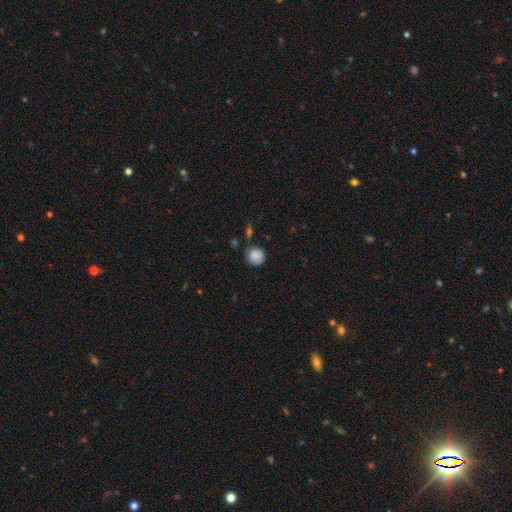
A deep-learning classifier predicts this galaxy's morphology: Q: Smooth or featured?
A: smooth (84%); runner-up: star or artifact (8%)
Q: How rounded?
A: round (90%); runner-up: in between (9%)
Q: Merging?
A: none (73%); runner-up: minor disturbance (18%)